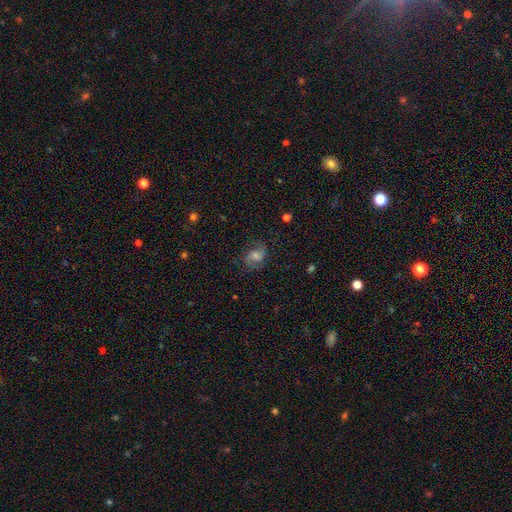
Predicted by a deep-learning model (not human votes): smooth-or-featured: featured or disk: 76% | smooth: 13% | star or artifact: 12%
  disk-edge-on: no: 98% | yes: 2%
    bar: weak: 45% | no: 44% | strong: 11%
    has-spiral-arms: yes: 96% | no: 4%
      spiral-winding: medium: 54% | tight: 24% | loose: 21%
      spiral-arm-count: 2: 89% | can't tell: 5% | 3: 2% | 1: 2% | 4: 1% | more than 4: 1%
    bulge-size: moderate: 48% | small: 29% | large: 12% | none: 9% | dominant: 2%
  merging: none: 79% | minor disturbance: 13% | major disturbance: 6% | merger: 1%